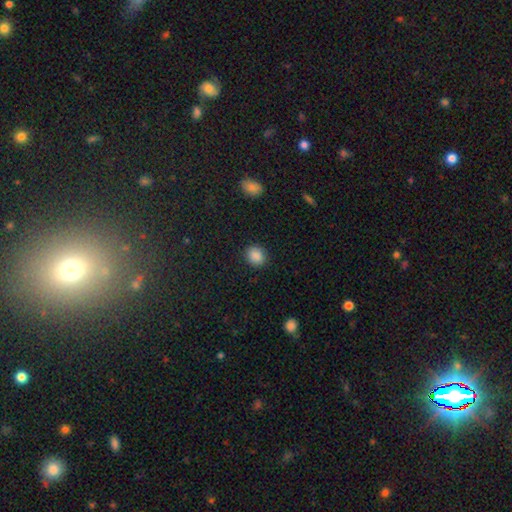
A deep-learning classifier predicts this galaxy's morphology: smooth 88%, star or artifact 9%, featured or disk 3%. Down the decision tree: how rounded — round (65%); merging — none (89%).